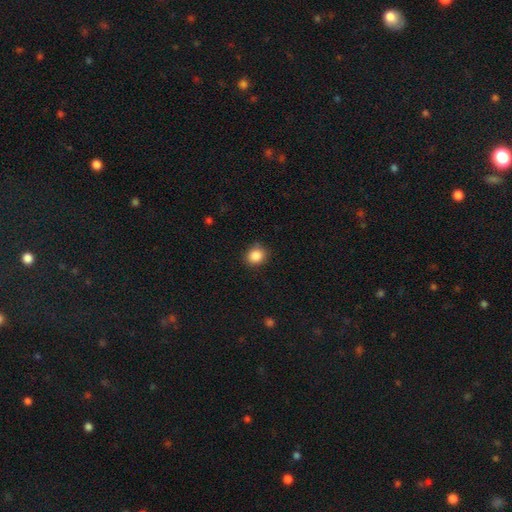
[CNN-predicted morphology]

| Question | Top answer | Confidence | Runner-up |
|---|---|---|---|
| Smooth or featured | smooth | 87% | star or artifact (9%) |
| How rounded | round | 76% | in between (23%) |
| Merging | none | 84% | minor disturbance (12%) |